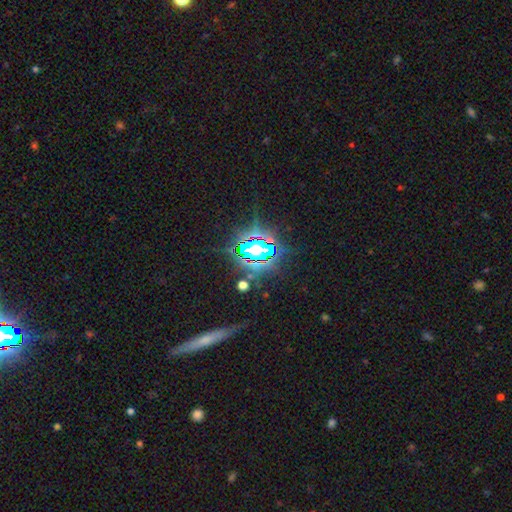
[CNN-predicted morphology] A star or artifact, not a galaxy (75%).